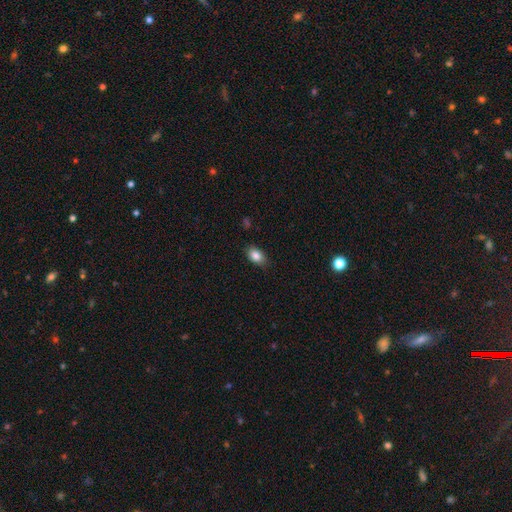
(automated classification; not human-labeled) This appears to be a smooth galaxy with no disk features (85%) that is in between round and cigar-shaped (87%). Merging: none (85%).